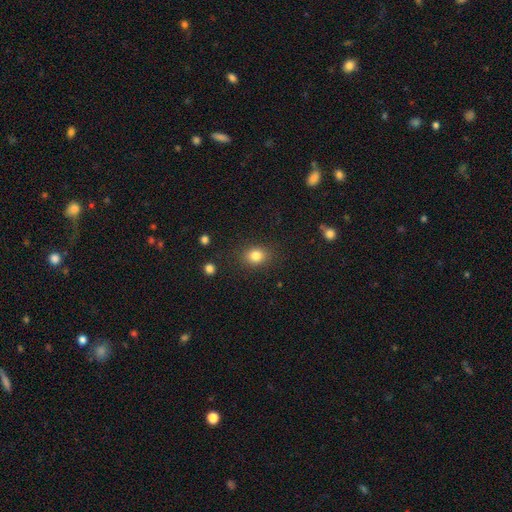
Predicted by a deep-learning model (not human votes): Smooth or featured? smooth (82%)
How rounded? round (55%)
Merging? none (85%)